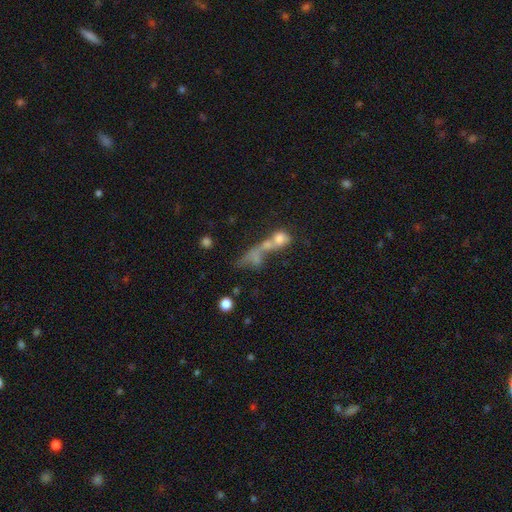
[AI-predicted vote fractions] smooth-or-featured: smooth: 51% | featured or disk: 31% | star or artifact: 18%
  how-rounded: in between: 39% | cigar-shaped: 33% | round: 28%
  merging: merger: 51% | none: 22% | major disturbance: 18% | minor disturbance: 9%